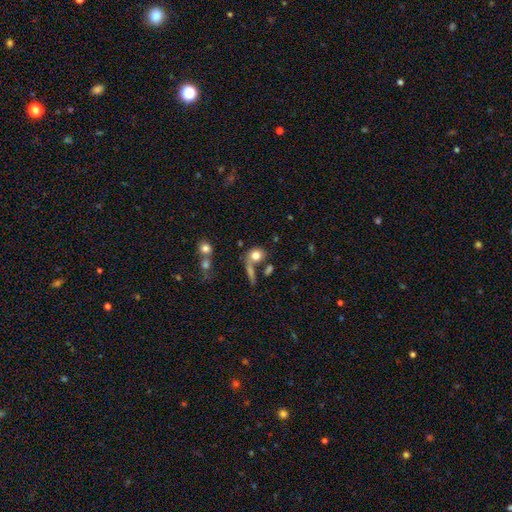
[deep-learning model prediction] Smooth or featured? smooth (77%)
How rounded? round (68%)
Merging? none (51%)